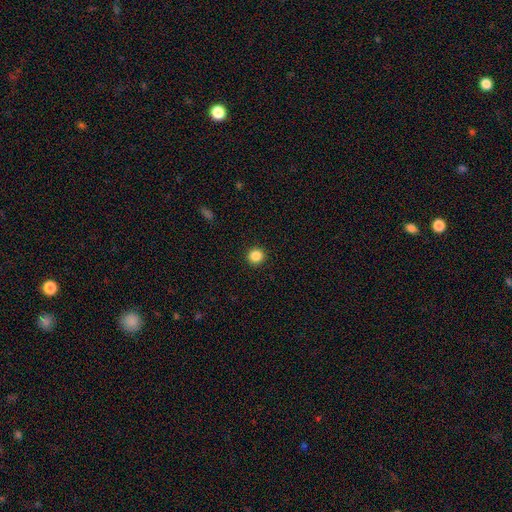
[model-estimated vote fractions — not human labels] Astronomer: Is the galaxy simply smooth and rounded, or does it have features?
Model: smooth — 86%.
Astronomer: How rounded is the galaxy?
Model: round — 93%.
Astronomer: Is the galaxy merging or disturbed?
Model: none — 93%.